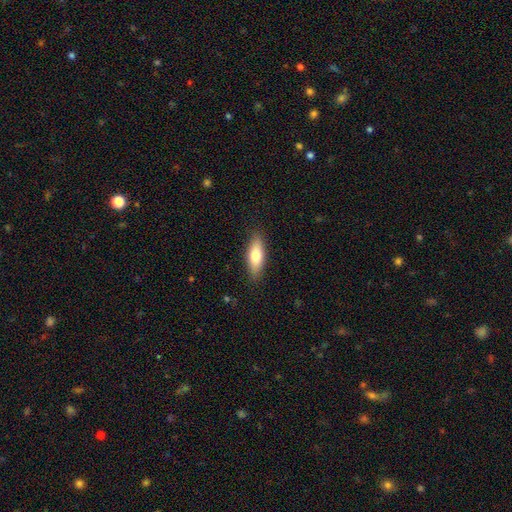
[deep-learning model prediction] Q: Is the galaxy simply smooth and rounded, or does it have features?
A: smooth — 73%.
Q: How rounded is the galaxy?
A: in between — 65%.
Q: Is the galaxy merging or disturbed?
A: none — 87%.